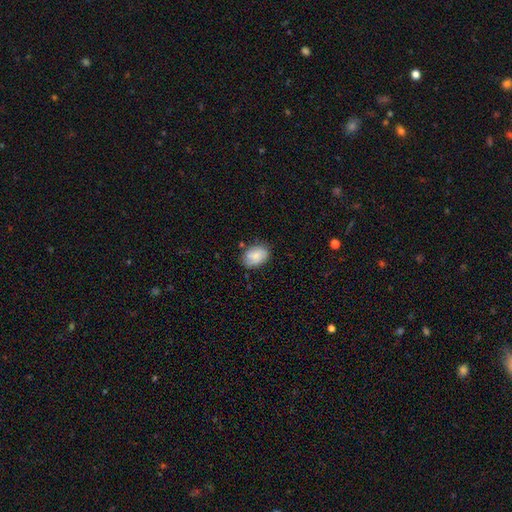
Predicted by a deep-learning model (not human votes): This is clearly a smooth galaxy (81%). How rounded: clearly in between (82%). Merging: likely none (74%).